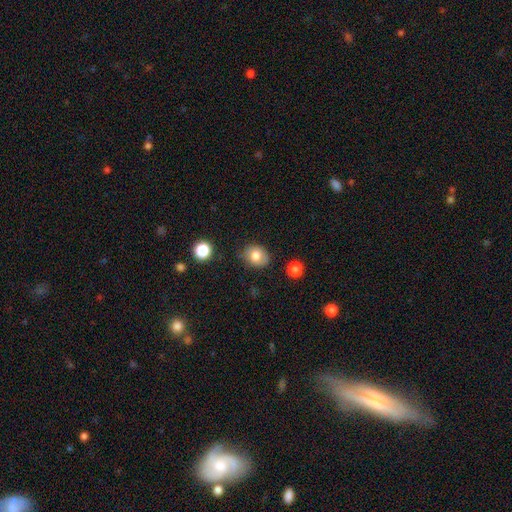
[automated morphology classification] This is likely a smooth galaxy (78%). How rounded: possibly in between (50%). Merging: likely none (77%).